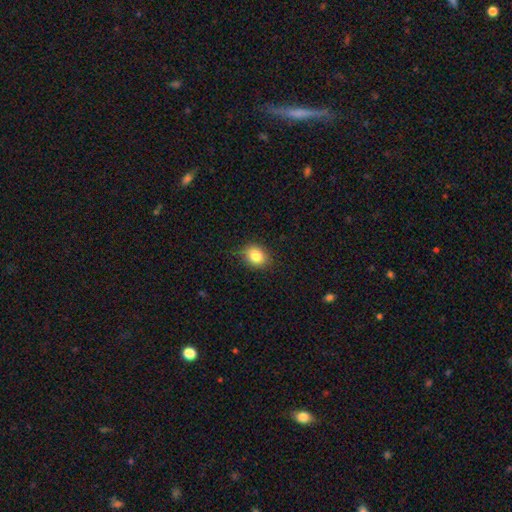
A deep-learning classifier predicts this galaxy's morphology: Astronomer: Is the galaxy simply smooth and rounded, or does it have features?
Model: smooth — 83%.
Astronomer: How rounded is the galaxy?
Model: round — 52% (runner-up: in between, 47%).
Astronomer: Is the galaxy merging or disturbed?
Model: none — 85%.